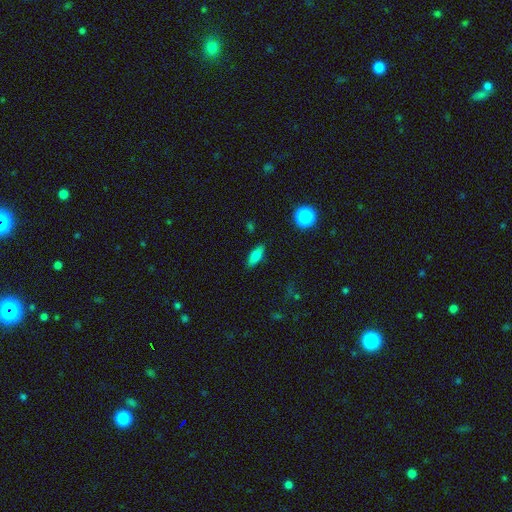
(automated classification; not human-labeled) The model was most divided on "how rounded": in between: 69%, cigar-shaped: 27%, round: 4%. More confident: merging — none (85%); smooth or featured — smooth (77%).